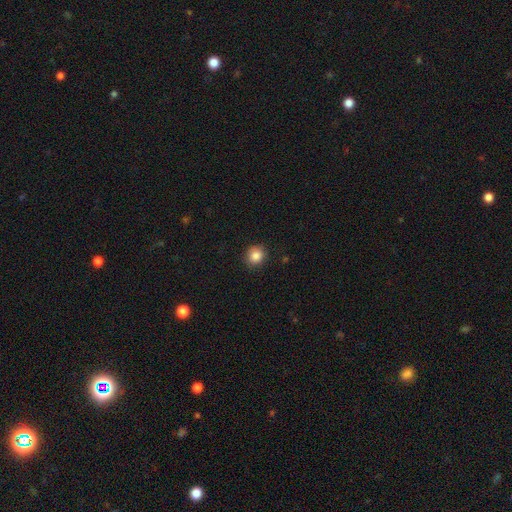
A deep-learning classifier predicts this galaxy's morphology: Smooth or featured?
  - smooth: 86% *
  - star or artifact: 10%
  - featured or disk: 5%
How rounded?
  - round: 83% *
  - in between: 16%
  - cigar-shaped: 1%
Merging?
  - none: 87% *
  - minor disturbance: 9%
  - major disturbance: 2%
  - merger: 1%